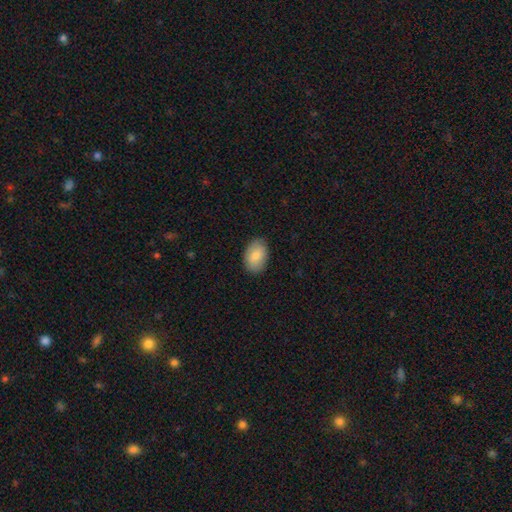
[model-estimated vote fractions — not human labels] This appears to be a smooth galaxy with no disk features (83%) that is in between round and cigar-shaped (88%). Merging: none (87%).